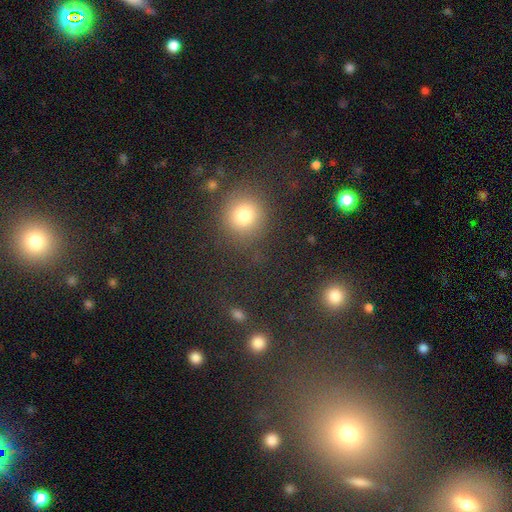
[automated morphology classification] A smooth galaxy with no disk features (68%) that is round (91%). Merging: none (89%).